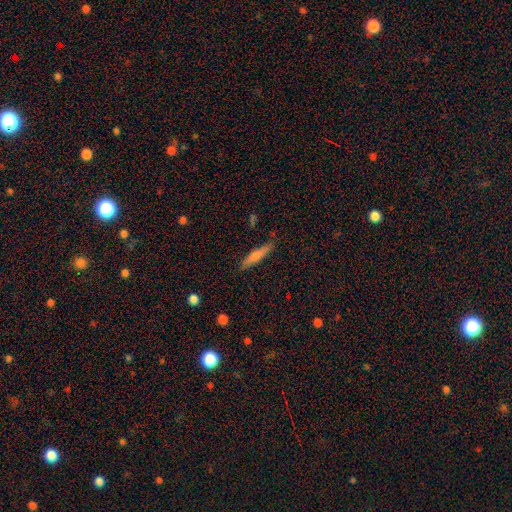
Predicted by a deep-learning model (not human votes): Overall: smooth (48%; featured or disk 44%). Merging: none (87%).